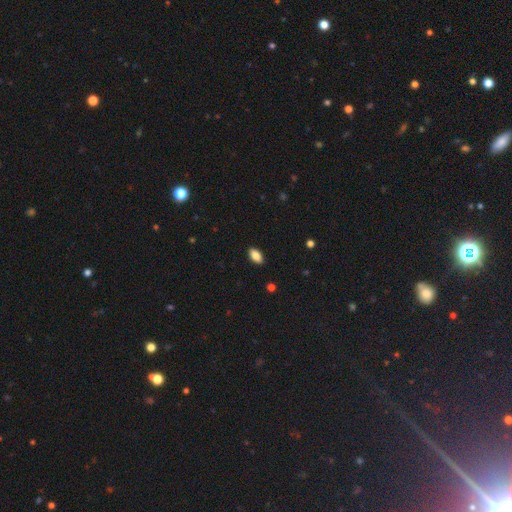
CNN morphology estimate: smooth 85%, star or artifact 8%, featured or disk 7%. Down the decision tree: how rounded — in between (92%); merging — none (90%).